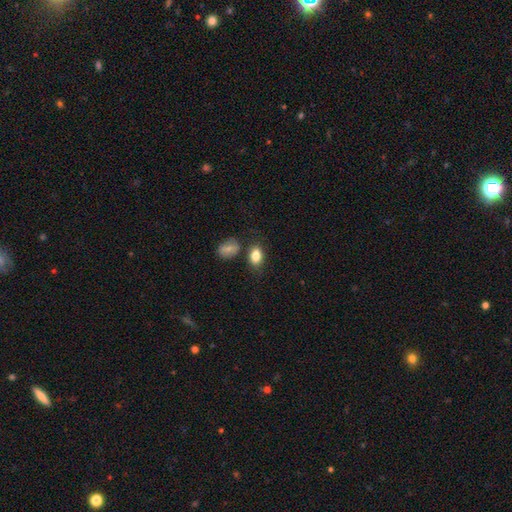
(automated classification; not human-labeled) smooth_or_featured: smooth (p=0.84) [alt: star or artifact p=0.08]
how_rounded: in between (p=0.84) [alt: round p=0.15]
merging: none (p=0.71) [alt: minor disturbance p=0.15]